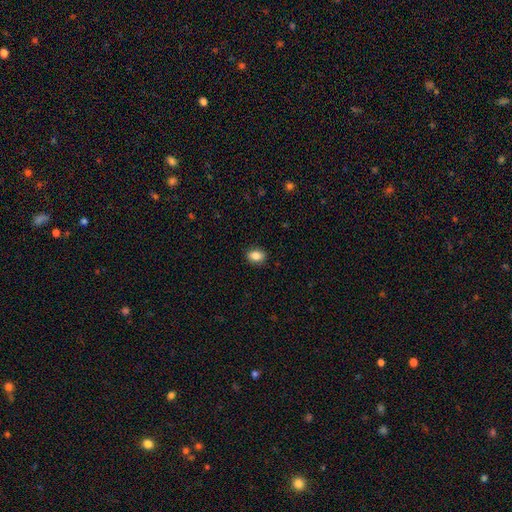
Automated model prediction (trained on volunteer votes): This is clearly a smooth galaxy (86%). How rounded: likely in between (72%). Merging: clearly none (89%).